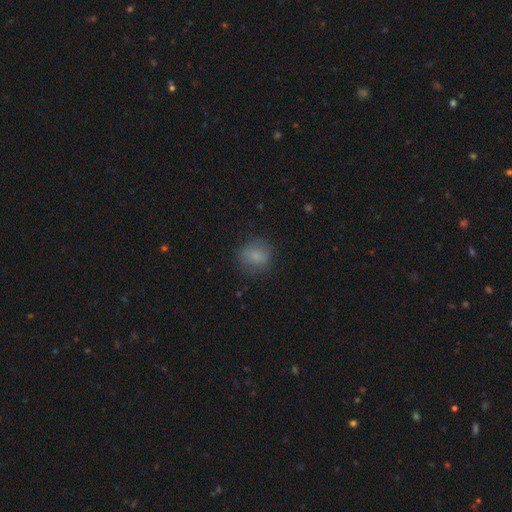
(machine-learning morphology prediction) Overall: smooth (78%). How rounded: round (77%). Merging: none (74%).